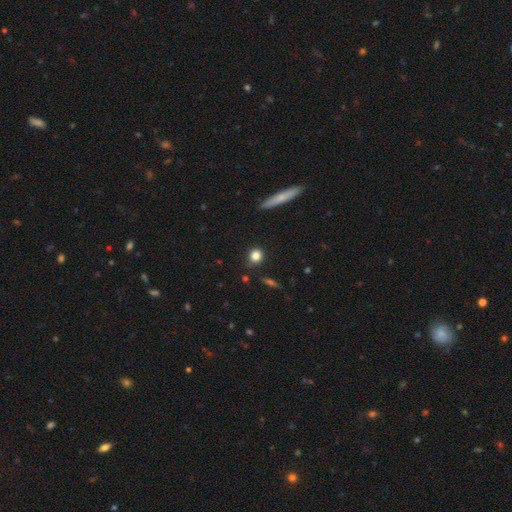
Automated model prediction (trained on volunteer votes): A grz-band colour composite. It shows a smooth galaxy with no disk features (82%) that is round (79%). Merging: none (84%).